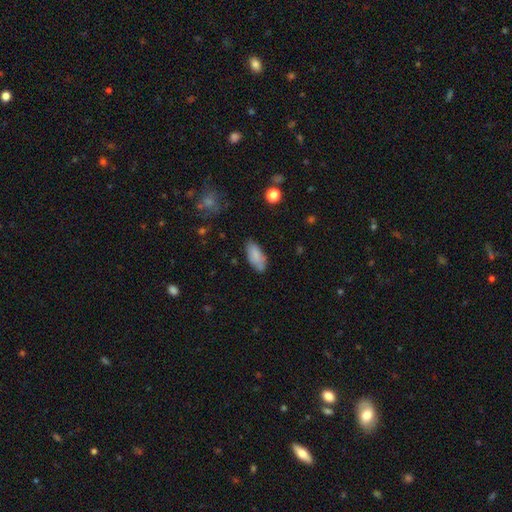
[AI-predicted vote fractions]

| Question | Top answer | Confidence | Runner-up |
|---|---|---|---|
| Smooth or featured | smooth | 83% | featured or disk (10%) |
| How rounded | in between | 88% | cigar-shaped (10%) |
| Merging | none | 77% | minor disturbance (18%) |